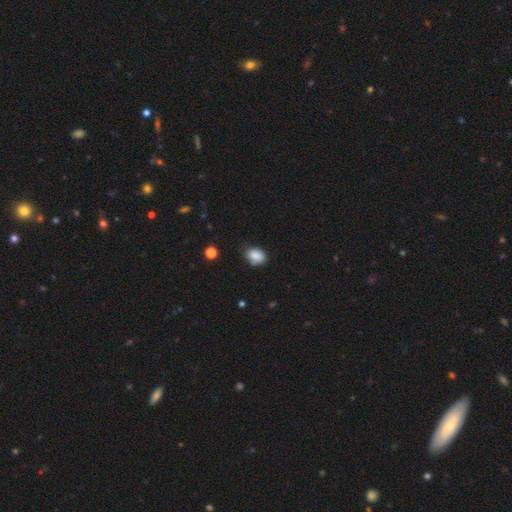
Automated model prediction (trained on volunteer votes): A smooth galaxy with no disk features (87%) that is in between round and cigar-shaped (72%).

Vote fractions:
- Smooth or featured? smooth: 87% / star or artifact: 9% / featured or disk: 4%
- How rounded? in between: 72% / round: 27% / cigar-shaped: 1%
- Merging? none: 69% / minor disturbance: 25% / major disturbance: 4% / merger: 2%